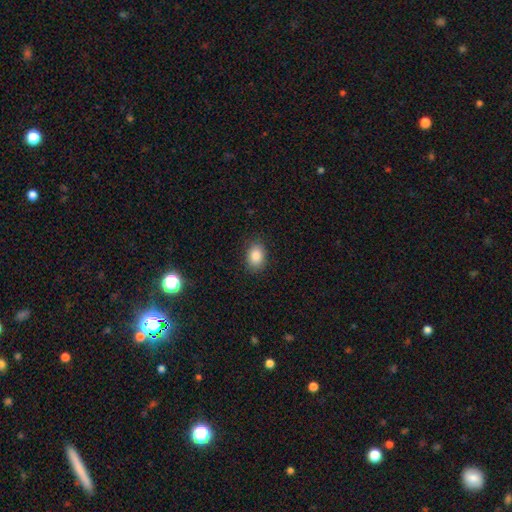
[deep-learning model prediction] Smooth or featured? smooth (86%)
How rounded? in between (70%)
Merging? none (86%)